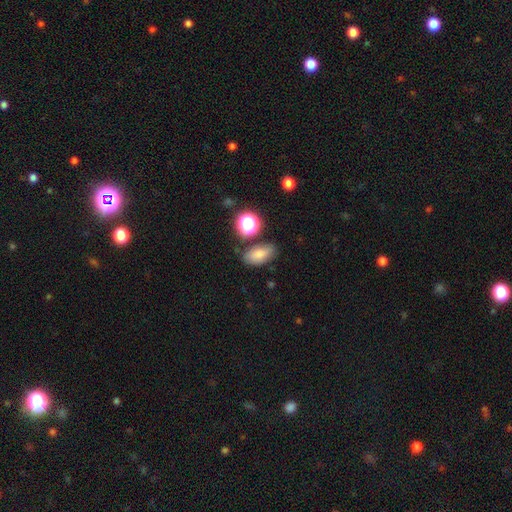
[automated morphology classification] Smooth or featured? smooth (62%)
How rounded? in between (81%)
Merging? none (75%)